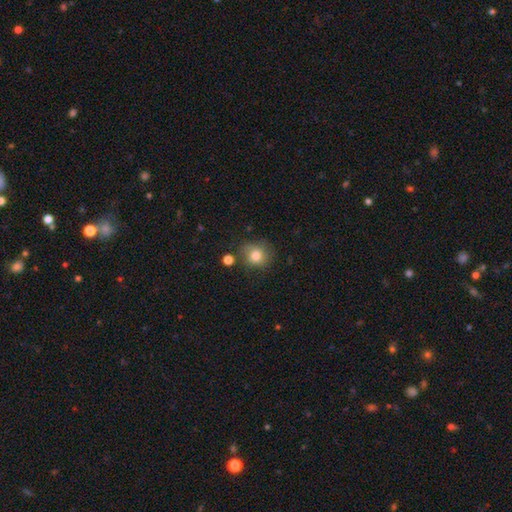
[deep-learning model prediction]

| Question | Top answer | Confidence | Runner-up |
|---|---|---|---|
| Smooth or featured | smooth | 80% | star or artifact (11%) |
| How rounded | round | 83% | in between (16%) |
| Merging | none | 71% | minor disturbance (17%) |